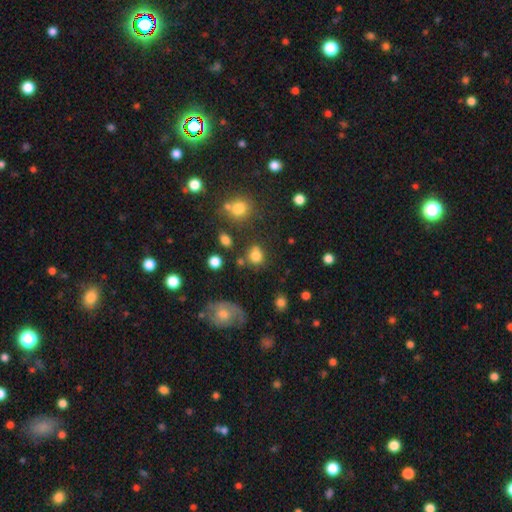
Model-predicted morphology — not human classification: This is likely a smooth galaxy (78%). How rounded: likely round (69%). Merging: likely none (64%).